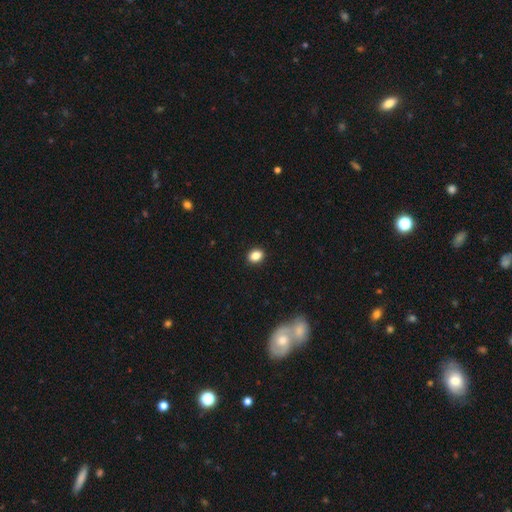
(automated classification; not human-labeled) A smooth galaxy with no disk features (86%) that is in between round and cigar-shaped (60%).

Vote fractions:
- Smooth or featured? smooth: 86% / star or artifact: 10% / featured or disk: 5%
- How rounded? in between: 60% / round: 39% / cigar-shaped: 1%
- Merging? none: 91% / minor disturbance: 6% / major disturbance: 2% / merger: 1%